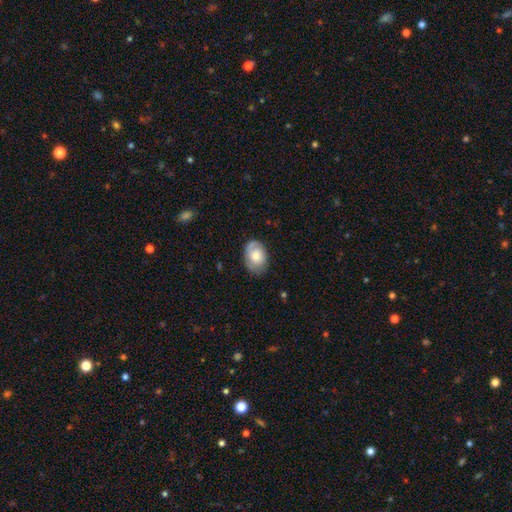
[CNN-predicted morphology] type=smooth (64%); roundness=in between (80%); merging=none (73%).